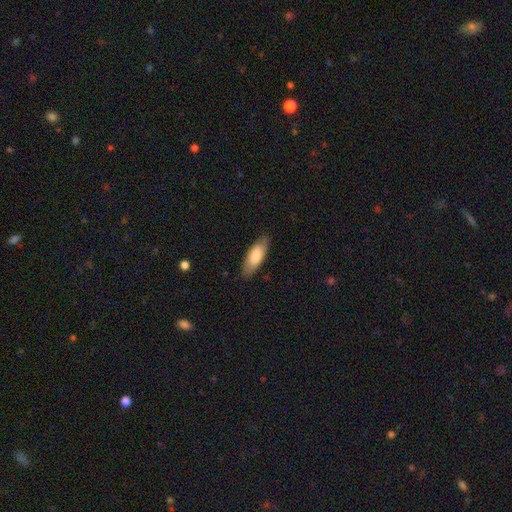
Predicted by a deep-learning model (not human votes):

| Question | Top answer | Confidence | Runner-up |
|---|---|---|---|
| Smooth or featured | smooth | 77% | featured or disk (18%) |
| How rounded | in between | 70% | cigar-shaped (28%) |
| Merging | none | 83% | minor disturbance (13%) |